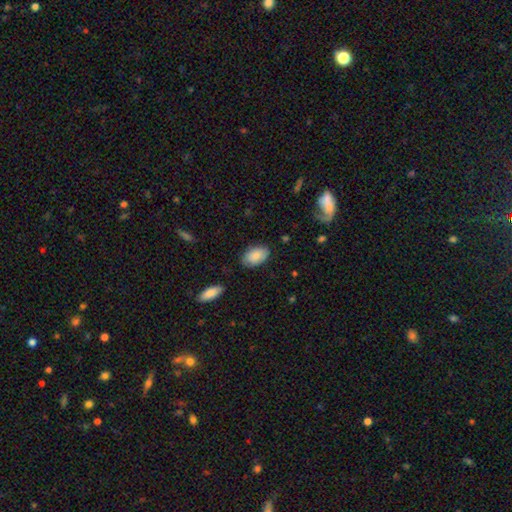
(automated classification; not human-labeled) Overall: smooth (85%). How rounded: in between (93%). Merging: none (81%).